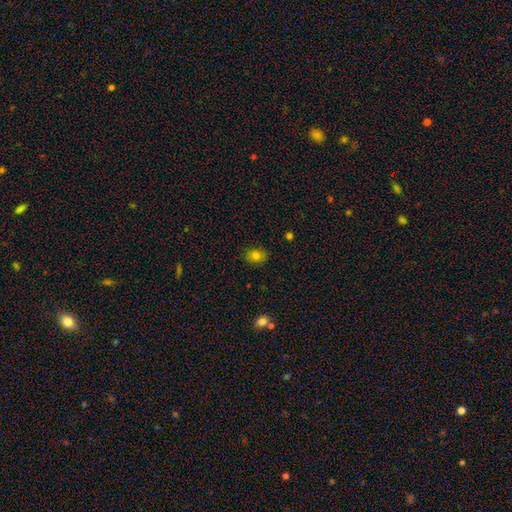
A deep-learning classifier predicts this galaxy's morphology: A smooth galaxy with no disk features (79%) that is in between round and cigar-shaped (51%). Merging: none (85%).